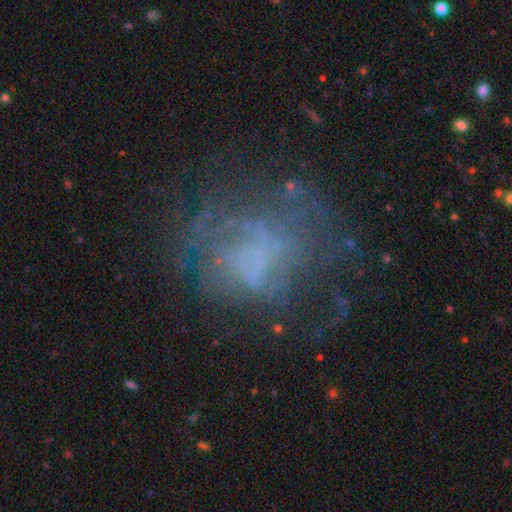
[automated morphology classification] Smooth or featured? featured or disk (52%)
Edge-on disk? no (98%)
Bar? no (85%)
Spiral arms? no (73%)
Bulge size? none (73%)
Merging? none (51%)